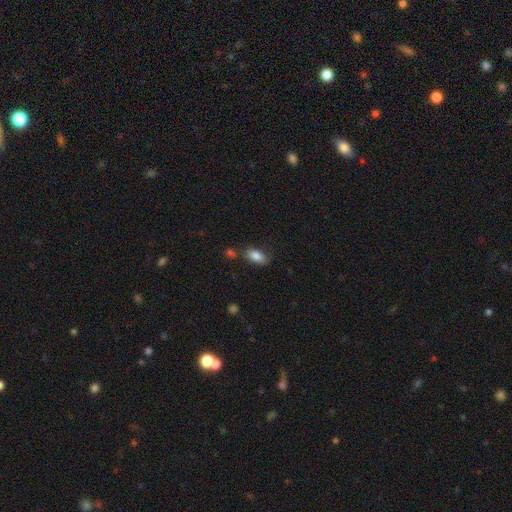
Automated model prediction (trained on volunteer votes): A smooth galaxy with no disk features (84%) that is in between round and cigar-shaped (89%). Merging: none (71%).